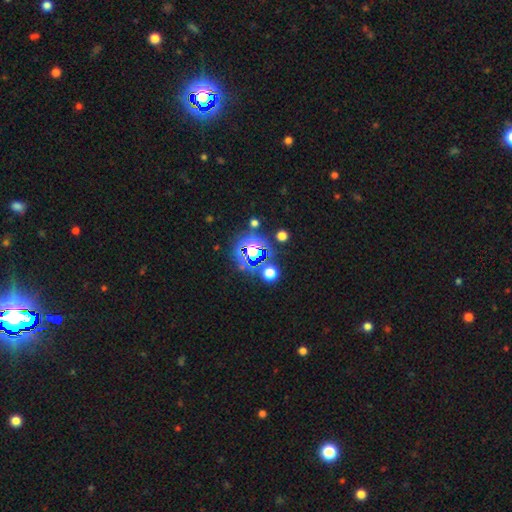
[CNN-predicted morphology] Overall: star or artifact (62%; smooth 26%).